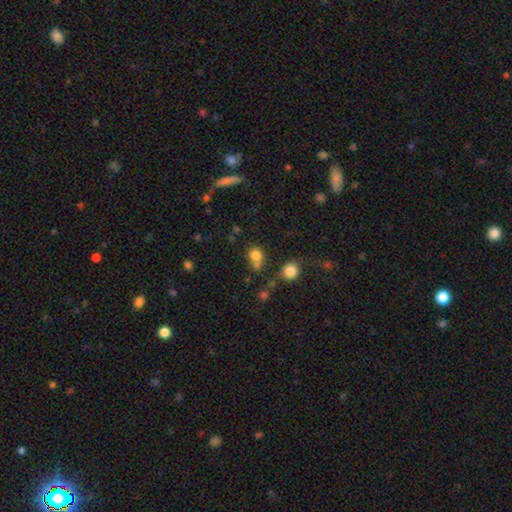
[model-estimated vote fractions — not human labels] A smooth galaxy with no disk features (79%) that is round (72%).

Vote fractions:
- Smooth or featured? smooth: 79% / star or artifact: 14% / featured or disk: 8%
- How rounded? round: 72% / in between: 26% / cigar-shaped: 1%
- Merging? none: 49% / merger: 29% / minor disturbance: 15% / major disturbance: 7%